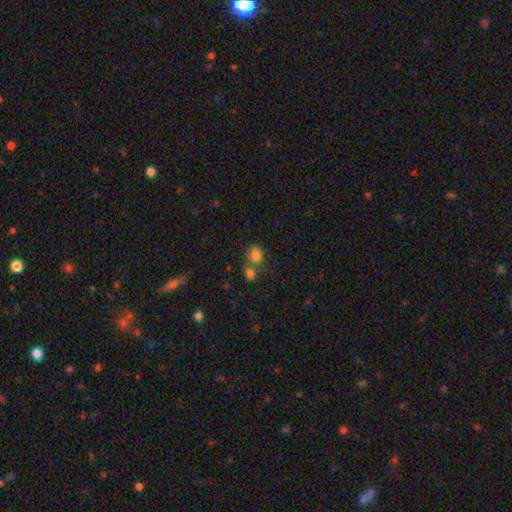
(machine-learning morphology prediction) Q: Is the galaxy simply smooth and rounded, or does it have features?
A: smooth — 79%.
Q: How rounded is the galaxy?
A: round — 72%.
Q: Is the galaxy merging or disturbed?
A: none — 49%.